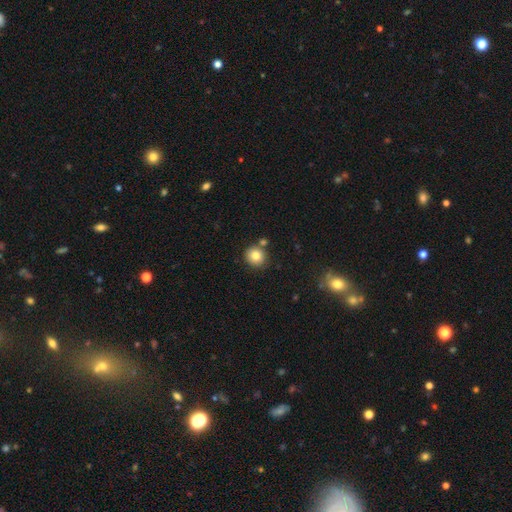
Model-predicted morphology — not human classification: The model was most divided on "merging": none: 76%, merger: 12%, minor disturbance: 9%, major disturbance: 3%. More confident: how rounded — round (88%); smooth or featured — smooth (82%).